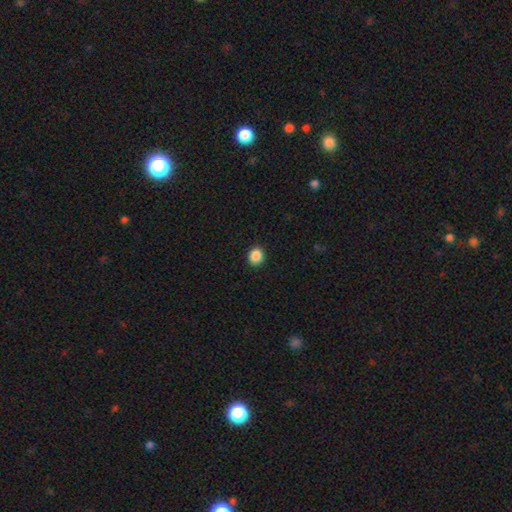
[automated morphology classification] This appears to be a smooth galaxy with no disk features (88%) that is round (76%). Merging: none (91%).